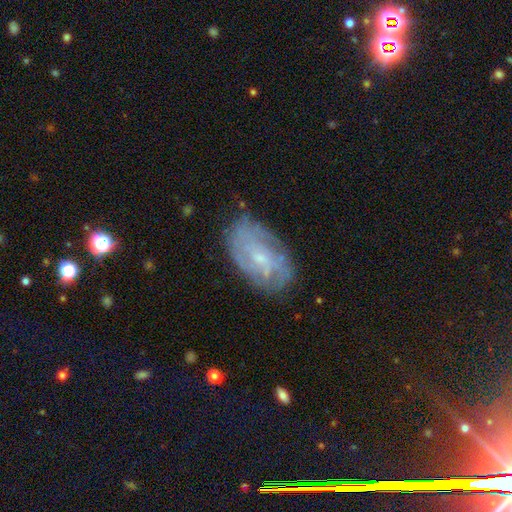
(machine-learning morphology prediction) A featured or disk galaxy (65%) with no bar (51%), tight (61%) spiral arms (87%) and a small central bulge (68%).

Vote fractions:
- Smooth or featured? featured or disk: 65% / smooth: 20% / star or artifact: 15%
- Edge-on disk? no: 95% / yes: 5%
- Bar? no: 51% / weak: 40% / strong: 9%
- Spiral arms? yes: 87% / no: 13%
- Spiral winding? tight: 61% / medium: 29% / loose: 10%
- Spiral arm count? can't tell: 48% / 2: 21% / 3: 12% / 4: 8% / more than 4: 5% / 1: 5%
- Bulge size? small: 68% / moderate: 24% / none: 5% / large: 1% / dominant: 1%
- Merging? none: 78% / minor disturbance: 16% / major disturbance: 5% / merger: 1%